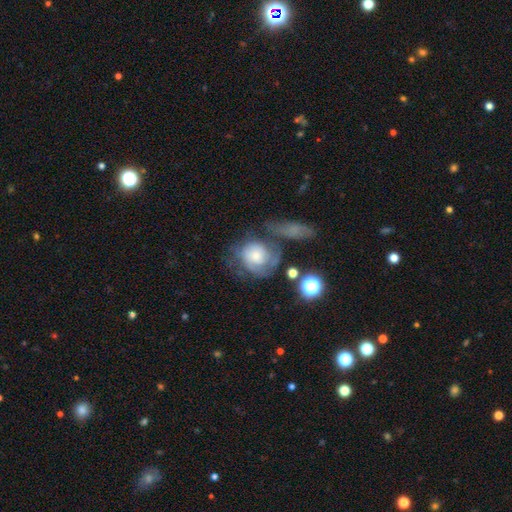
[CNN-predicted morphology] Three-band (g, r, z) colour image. It shows a featured or disk galaxy (50%). Merging: none (36%).